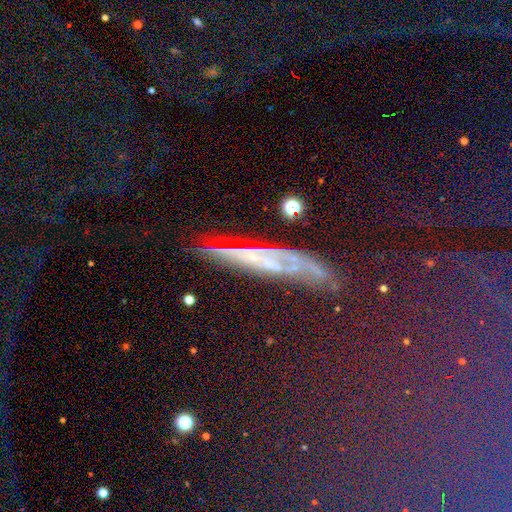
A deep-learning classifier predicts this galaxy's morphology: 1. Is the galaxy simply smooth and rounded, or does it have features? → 55% featured or disk, 25% smooth, 20% star or artifact.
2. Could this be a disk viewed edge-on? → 68% yes, 32% no.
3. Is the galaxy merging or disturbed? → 67% none, 20% minor disturbance, 8% major disturbance, 5% merger.